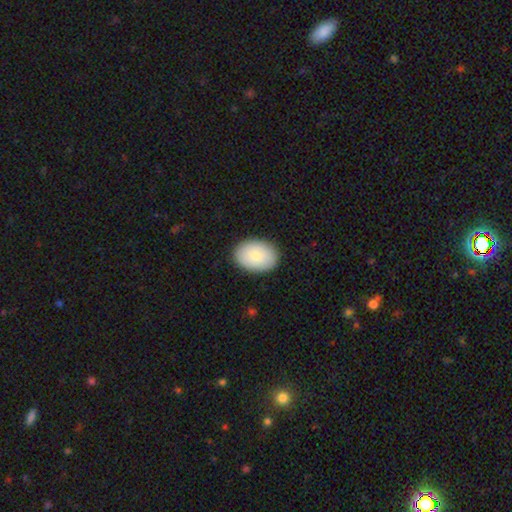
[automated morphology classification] Smooth or featured?
  - smooth: 83% *
  - featured or disk: 11%
  - star or artifact: 6%
How rounded?
  - in between: 82% *
  - round: 17%
  - cigar-shaped: 1%
Merging?
  - none: 89% *
  - minor disturbance: 8%
  - major disturbance: 2%
  - merger: 1%